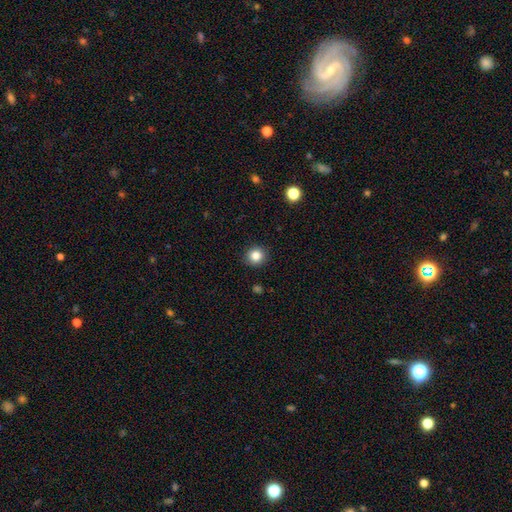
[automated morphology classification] smooth_or_featured: smooth (p=0.84) [alt: star or artifact p=0.11]
how_rounded: round (p=0.88) [alt: in between p=0.11]
merging: none (p=0.91) [alt: minor disturbance p=0.06]